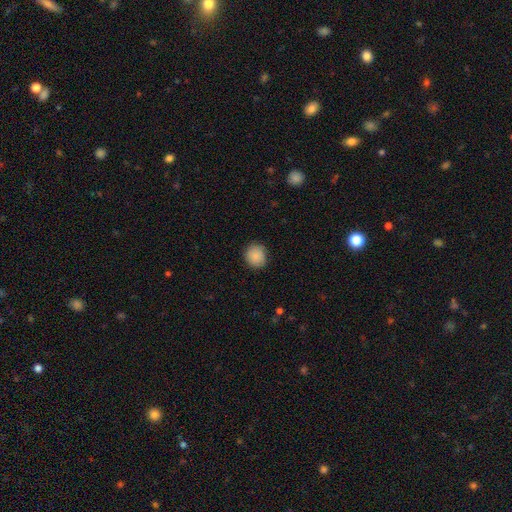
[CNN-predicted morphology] Smooth or featured: smooth — 88% (star or artifact — 8%)
How rounded: round — 81% (in between — 18%)
Merging: none — 85% (minor disturbance — 12%)